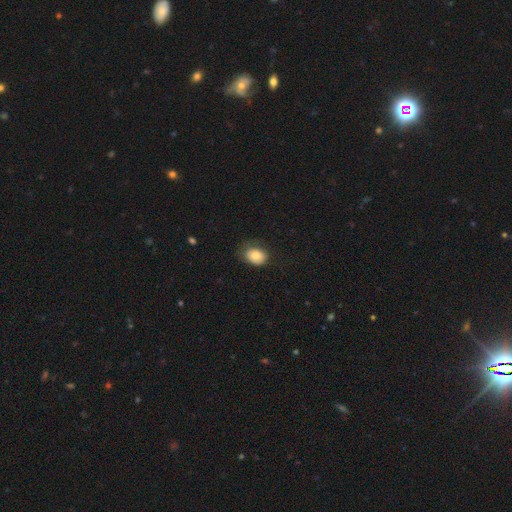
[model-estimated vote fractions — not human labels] Q: Smooth or featured?
A: smooth (81%); runner-up: featured or disk (11%)
Q: How rounded?
A: in between (64%); runner-up: round (35%)
Q: Merging?
A: none (60%); runner-up: minor disturbance (27%)